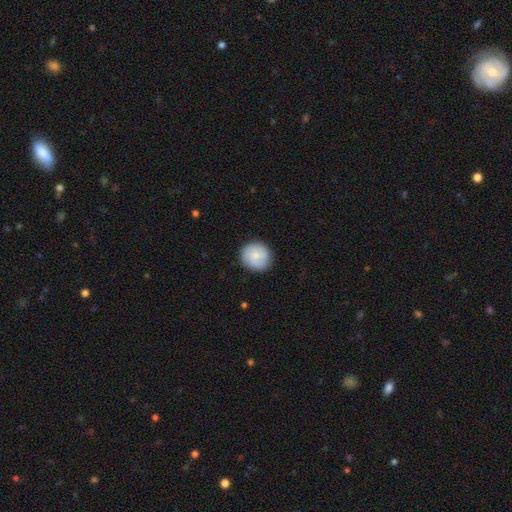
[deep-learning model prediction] Morphology: type=smooth (72%); roundness=round (91%); merging=none (84%).